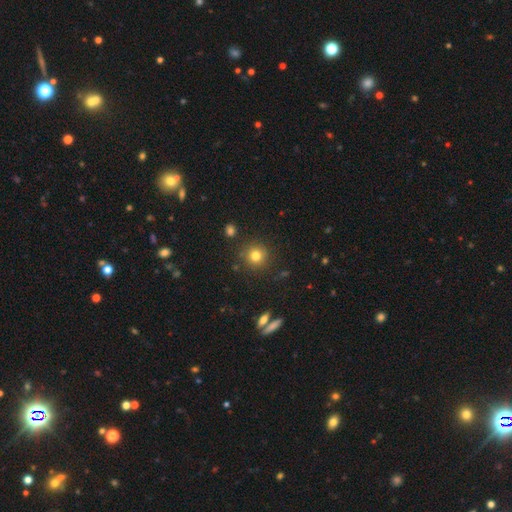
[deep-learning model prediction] A smooth galaxy with no disk features (79%) that is round (93%).

Vote fractions:
- Smooth or featured? smooth: 79% / star or artifact: 13% / featured or disk: 8%
- How rounded? round: 93% / in between: 6% / cigar-shaped: 1%
- Merging? none: 87% / minor disturbance: 8% / merger: 3% / major disturbance: 3%